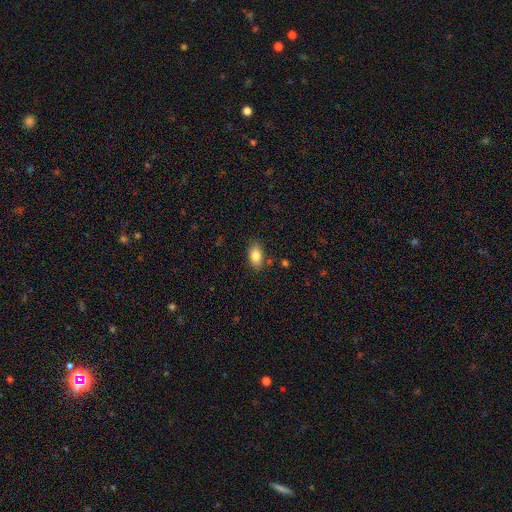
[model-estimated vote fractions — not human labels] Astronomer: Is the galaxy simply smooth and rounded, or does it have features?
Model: smooth — 83%.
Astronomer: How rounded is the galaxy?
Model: in between — 90%.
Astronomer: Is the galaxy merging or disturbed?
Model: none — 83%.